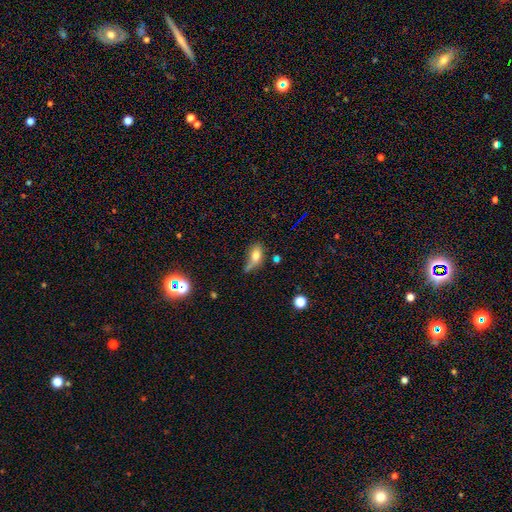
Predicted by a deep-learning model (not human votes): This appears to be a smooth galaxy with no disk features (69%) that is in between round and cigar-shaped (78%). Merging: none (37%).